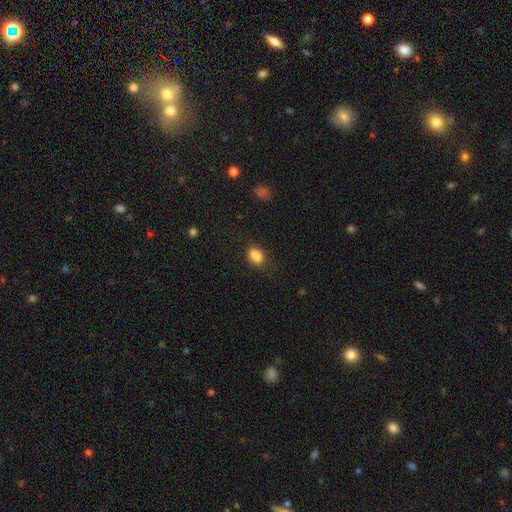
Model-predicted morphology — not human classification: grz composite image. It shows a smooth galaxy with no disk features (77%) that is in between round and cigar-shaped (61%). Merging: none (45%).